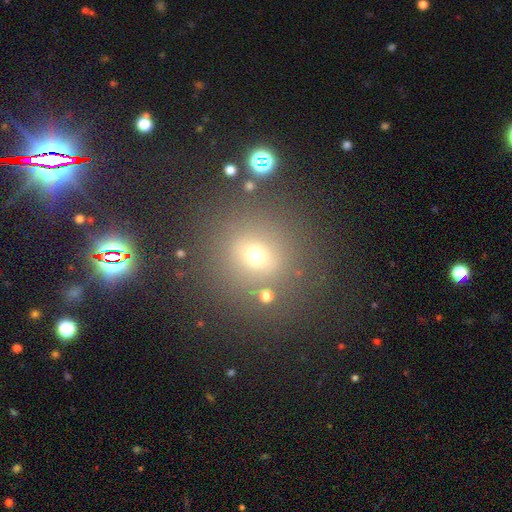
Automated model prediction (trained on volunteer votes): The model was most divided on "smooth or featured": smooth: 61%, star or artifact: 27%, featured or disk: 12%. More confident: how rounded — round (88%); merging — none (82%).